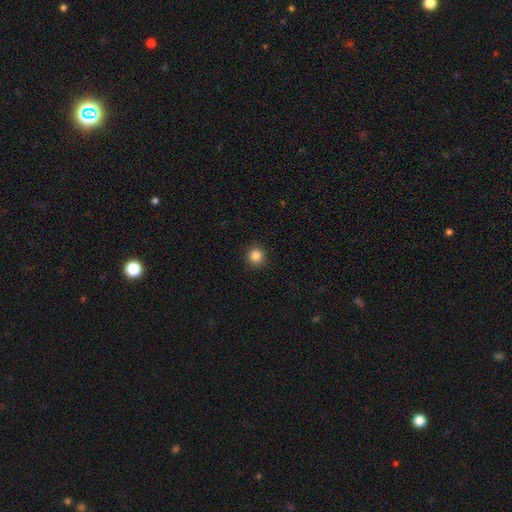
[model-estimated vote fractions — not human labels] Overall: smooth (86%). How rounded: round (94%). Merging: none (92%).